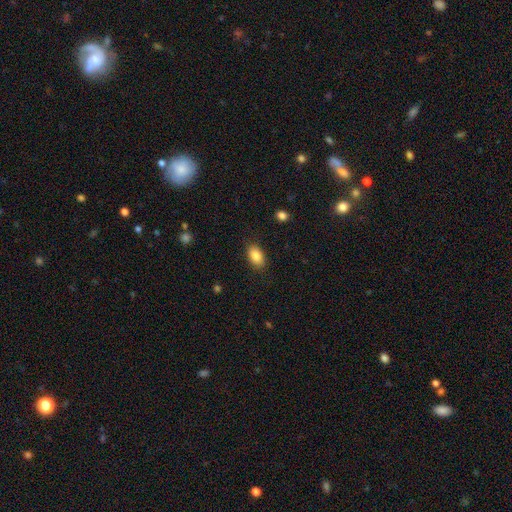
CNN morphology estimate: Smooth or featured: smooth — 87% (star or artifact — 8%)
How rounded: in between — 91% (round — 8%)
Merging: none — 87% (minor disturbance — 10%)